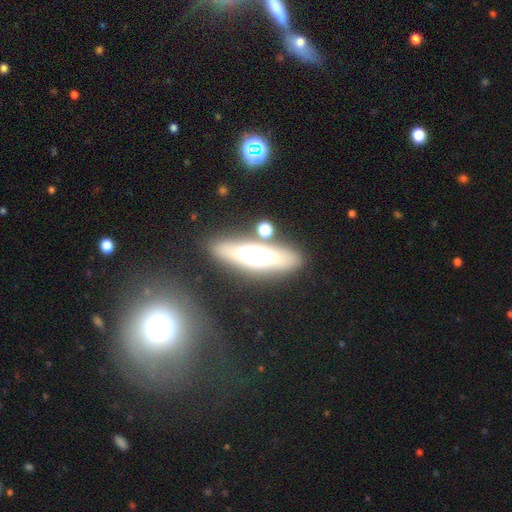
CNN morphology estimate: Smooth or featured: featured or disk — 46% (smooth — 45%)
Merging: none — 79% (minor disturbance — 11%)